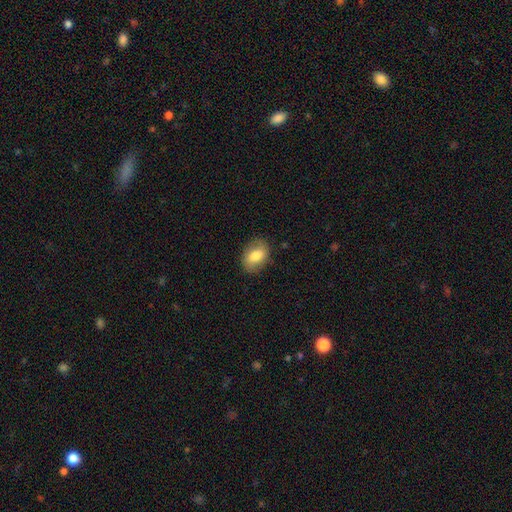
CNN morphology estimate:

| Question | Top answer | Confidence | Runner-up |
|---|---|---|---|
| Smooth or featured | smooth | 73% | featured or disk (20%) |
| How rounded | in between | 77% | round (21%) |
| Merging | none | 83% | minor disturbance (13%) |